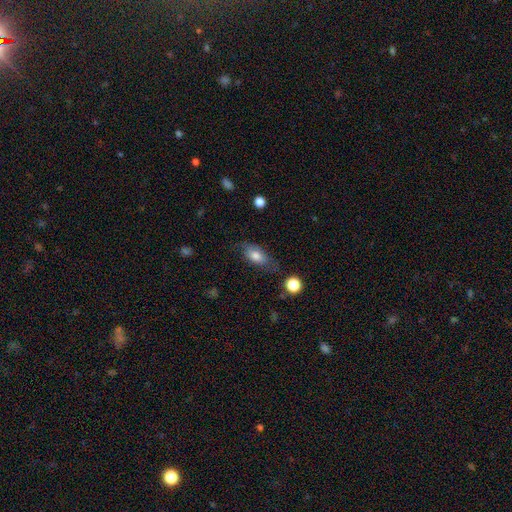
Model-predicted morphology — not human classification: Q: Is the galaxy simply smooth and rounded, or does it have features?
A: smooth — 74%.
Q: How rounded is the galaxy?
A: in between — 84%.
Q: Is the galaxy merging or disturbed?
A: none — 67%.